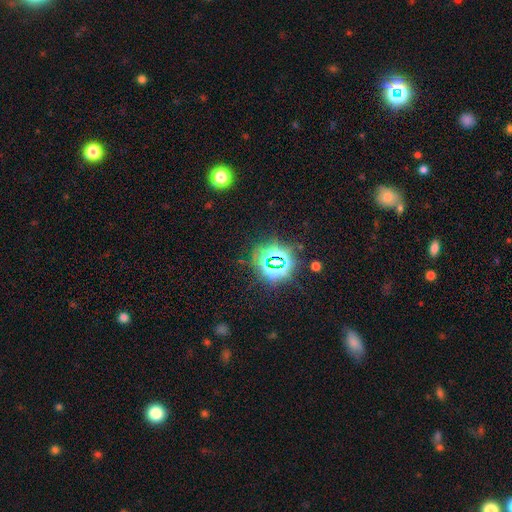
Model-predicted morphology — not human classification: This appears to be a star or artifact, not a galaxy (76%).